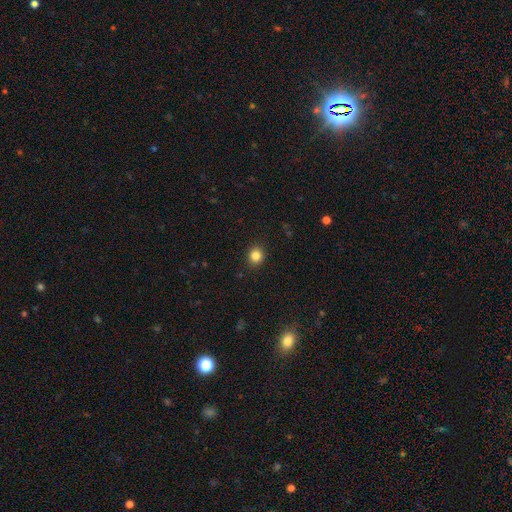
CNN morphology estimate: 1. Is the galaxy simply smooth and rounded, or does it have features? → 84% smooth, 11% star or artifact, 5% featured or disk.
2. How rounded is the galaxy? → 83% round, 16% in between, 1% cigar-shaped.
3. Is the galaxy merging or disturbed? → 91% none, 6% minor disturbance, 2% major disturbance, 1% merger.